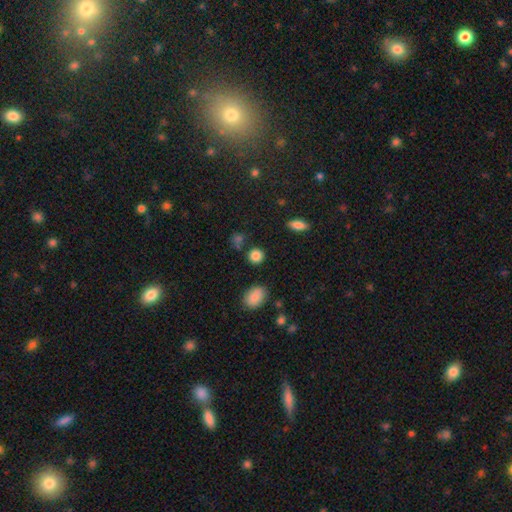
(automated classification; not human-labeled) Morphology: type=smooth (85%); roundness=round (88%); merging=none (84%).